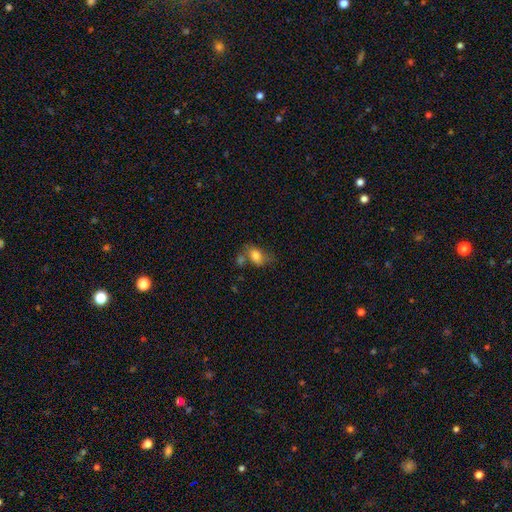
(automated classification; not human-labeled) Smooth or featured?
  - smooth: 77% *
  - featured or disk: 14%
  - star or artifact: 9%
How rounded?
  - in between: 73% *
  - round: 26%
  - cigar-shaped: 2%
Merging?
  - none: 41% *
  - minor disturbance: 24%
  - merger: 23%
  - major disturbance: 12%